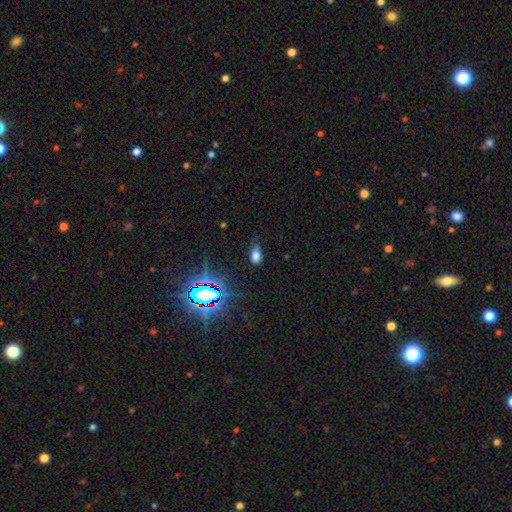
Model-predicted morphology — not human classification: Smooth or featured? Predicted: smooth (p=0.67). How rounded? Predicted: in between (p=0.87). Merging? Predicted: none (p=0.61).